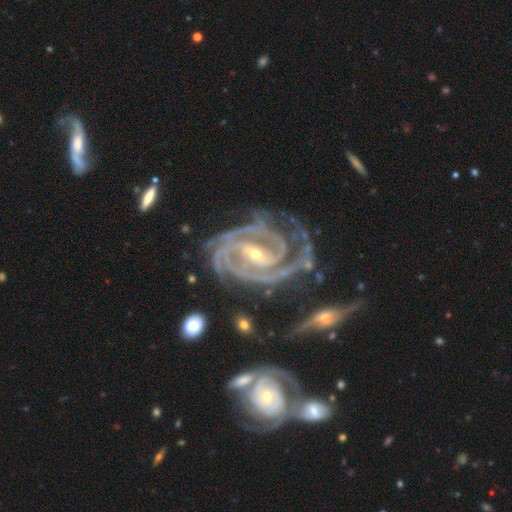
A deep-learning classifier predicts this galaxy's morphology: The model was most divided on "spiral arm count": 3: 34%, 2: 24%, 4: 20%, can't tell: 11%, more than 4: 6%, 1: 6%. More confident: spiral arms — yes (99%); edge-on disk — no (97%); smooth or featured — featured or disk (93%); spiral winding — tight (72%); bulge size — small (62%); merging — none (56%); bar — strong (51%).